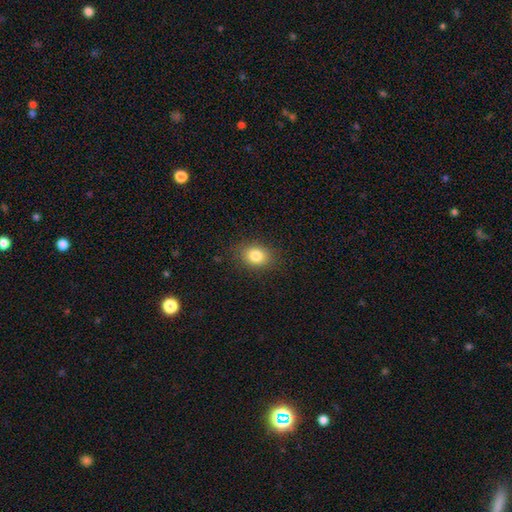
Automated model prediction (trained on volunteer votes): This is clearly a smooth galaxy (83%). How rounded: likely in between (60%). Merging: clearly none (86%).